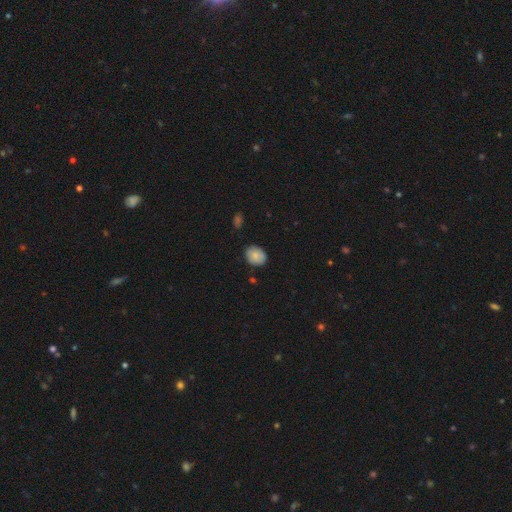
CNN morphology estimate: A smooth galaxy with no disk features (82%) that is in between round and cigar-shaped (50%).

Vote fractions:
- Smooth or featured? smooth: 82% / featured or disk: 11% / star or artifact: 8%
- How rounded? in between: 50% / round: 49% / cigar-shaped: 1%
- Merging? none: 77% / minor disturbance: 19% / major disturbance: 3% / merger: 2%